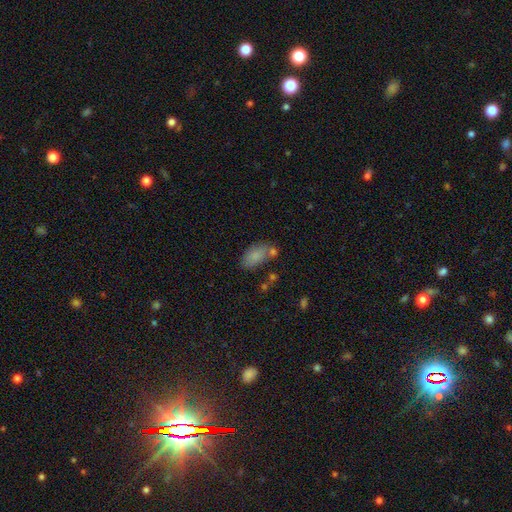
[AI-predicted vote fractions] The model was most divided on "merging": none: 58%, minor disturbance: 19%, merger: 16%, major disturbance: 6%. More confident: how rounded — in between (92%); smooth or featured — smooth (82%).